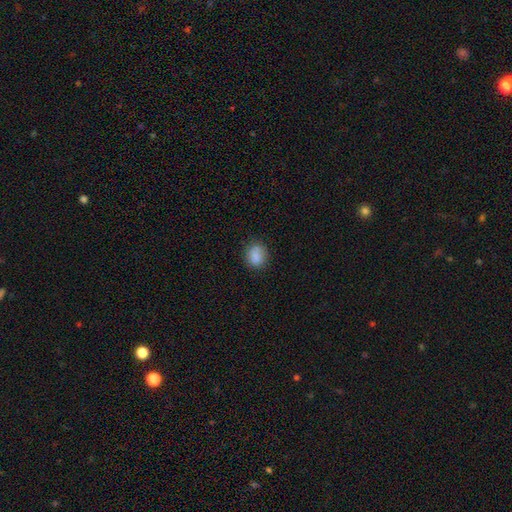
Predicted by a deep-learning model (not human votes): Q: Smooth or featured?
A: smooth (86%); runner-up: star or artifact (9%)
Q: How rounded?
A: round (64%); runner-up: in between (35%)
Q: Merging?
A: none (80%); runner-up: minor disturbance (14%)